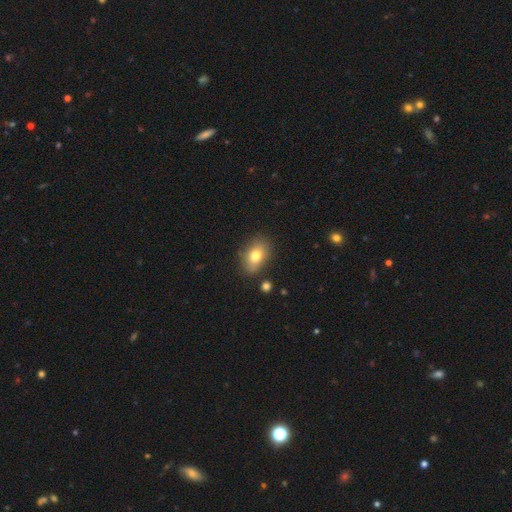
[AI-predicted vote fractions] Smooth or featured: smooth — 75% (featured or disk — 15%)
How rounded: in between — 78% (round — 20%)
Merging: none — 77% (minor disturbance — 16%)